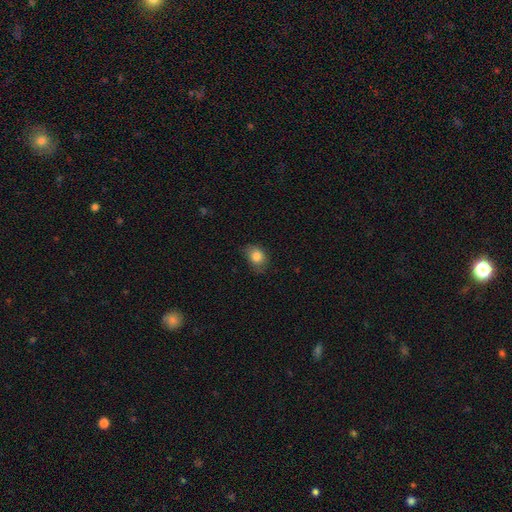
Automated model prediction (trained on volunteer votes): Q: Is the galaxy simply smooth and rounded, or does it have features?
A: smooth — 83%.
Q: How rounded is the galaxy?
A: in between — 58%.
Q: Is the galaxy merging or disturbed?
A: none — 67%.